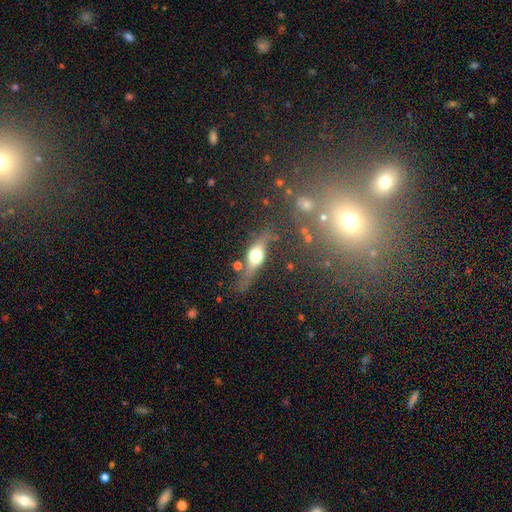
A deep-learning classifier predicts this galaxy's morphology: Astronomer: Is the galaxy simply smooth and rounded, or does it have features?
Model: featured or disk — 59%.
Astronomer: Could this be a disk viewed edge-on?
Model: yes — 80%.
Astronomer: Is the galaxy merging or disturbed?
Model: none — 57%.